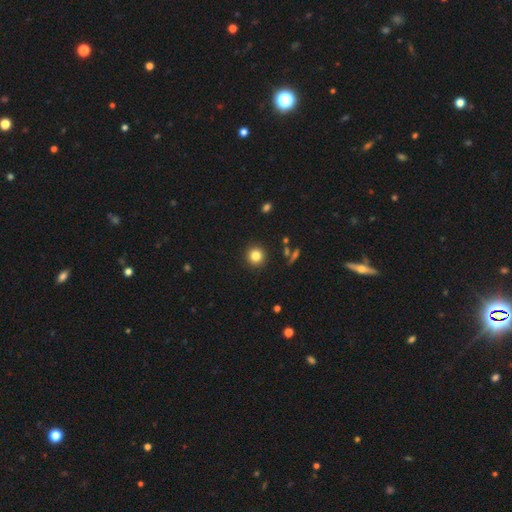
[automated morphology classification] smooth_or_featured: smooth (p=0.82) [alt: star or artifact p=0.11]
how_rounded: round (p=0.94) [alt: in between p=0.05]
merging: none (p=0.91) [alt: minor disturbance p=0.06]